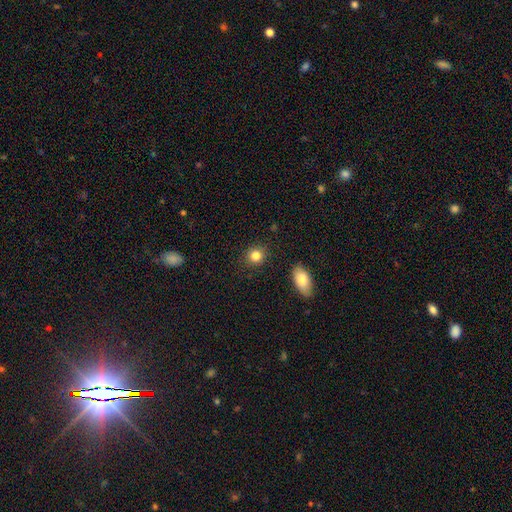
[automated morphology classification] Smooth or featured?
  - smooth: 84% *
  - star or artifact: 10%
  - featured or disk: 6%
How rounded?
  - round: 77% *
  - in between: 21%
  - cigar-shaped: 1%
Merging?
  - none: 88% *
  - minor disturbance: 7%
  - major disturbance: 2%
  - merger: 2%